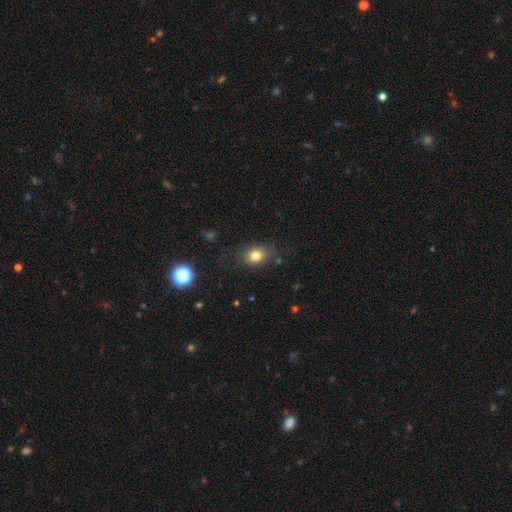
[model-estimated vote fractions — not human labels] Smooth or featured: smooth — 80% (star or artifact — 12%)
How rounded: in between — 55% (round — 44%)
Merging: none — 77% (minor disturbance — 16%)